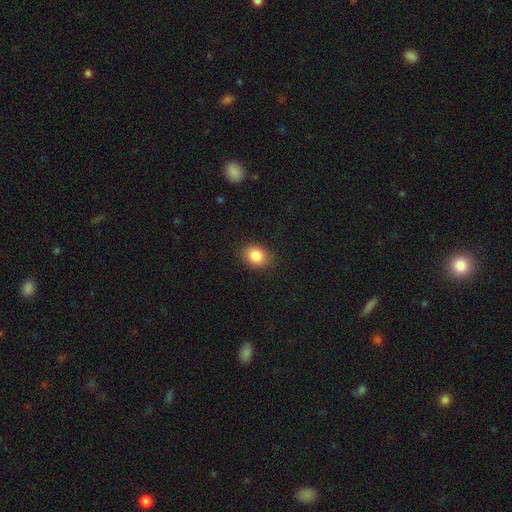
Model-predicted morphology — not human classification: A smooth galaxy with no disk features (86%) that is in between round and cigar-shaped (58%).

Vote fractions:
- Smooth or featured? smooth: 86% / star or artifact: 9% / featured or disk: 5%
- How rounded? in between: 58% / round: 41% / cigar-shaped: 1%
- Merging? none: 87% / minor disturbance: 10% / major disturbance: 3% / merger: 1%